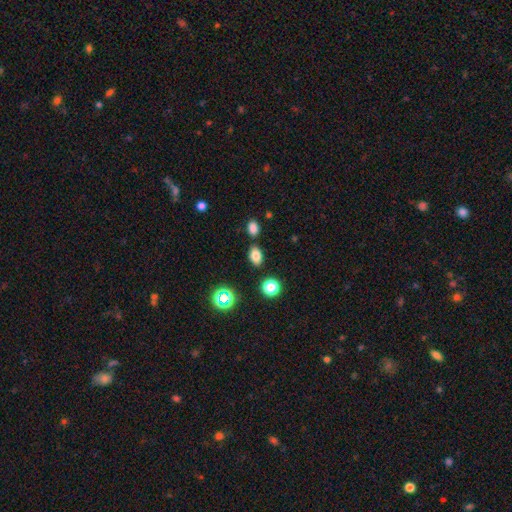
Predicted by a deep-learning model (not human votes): Smooth or featured? Predicted: smooth (p=0.78). How rounded? Predicted: in between (p=0.82). Merging? Predicted: none (p=0.77).